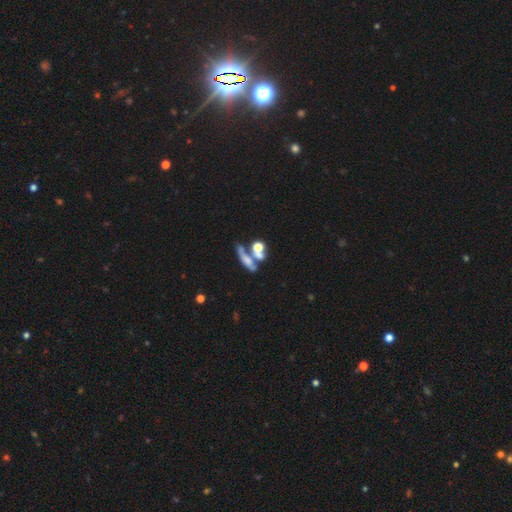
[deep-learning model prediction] This is possibly a smooth galaxy (46%). Merging: marginally none (42%).